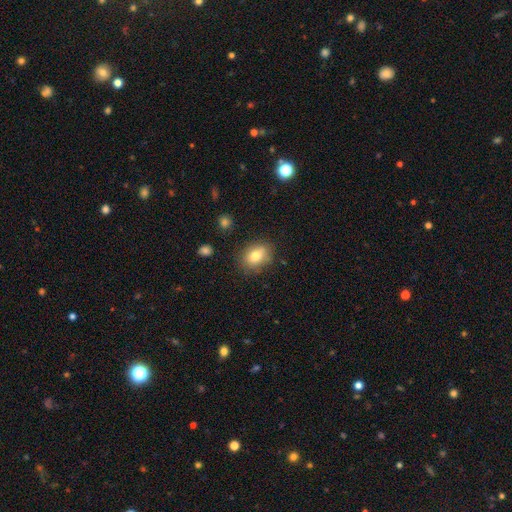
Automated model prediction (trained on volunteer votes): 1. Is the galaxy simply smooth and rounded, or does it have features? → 78% smooth, 12% featured or disk, 10% star or artifact.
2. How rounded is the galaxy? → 65% in between, 33% round, 1% cigar-shaped.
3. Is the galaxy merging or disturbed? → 80% none, 15% minor disturbance, 4% major disturbance, 2% merger.